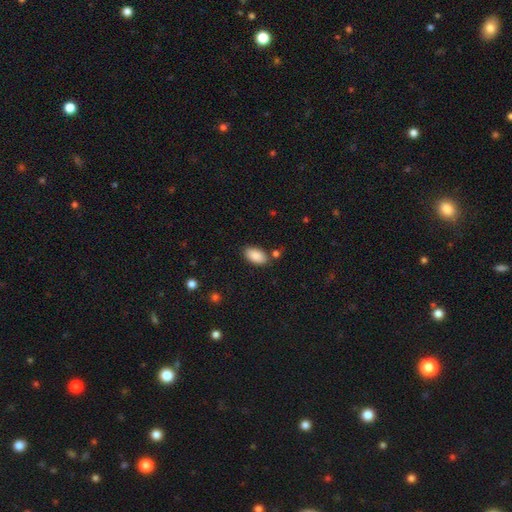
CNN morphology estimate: This is clearly a smooth galaxy (88%). How rounded: clearly in between (95%). Merging: clearly none (81%).